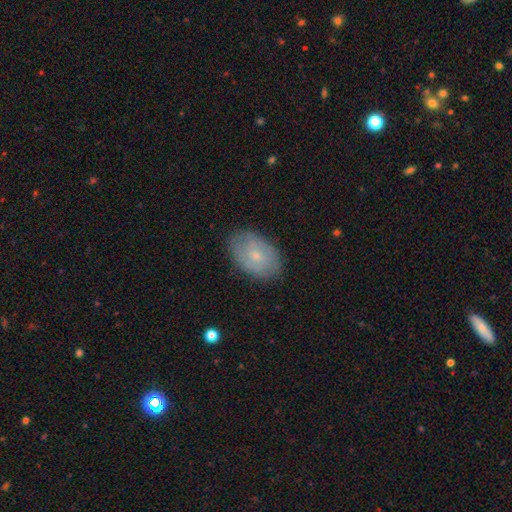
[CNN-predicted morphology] Smooth or featured? Predicted: featured or disk (p=0.47). Merging? Predicted: none (p=0.80).